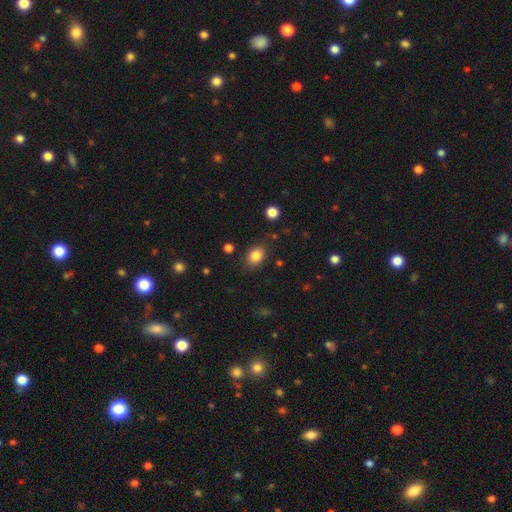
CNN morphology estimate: This appears to be a smooth galaxy with no disk features (84%) that is in between round and cigar-shaped (62%). Merging: none (80%).